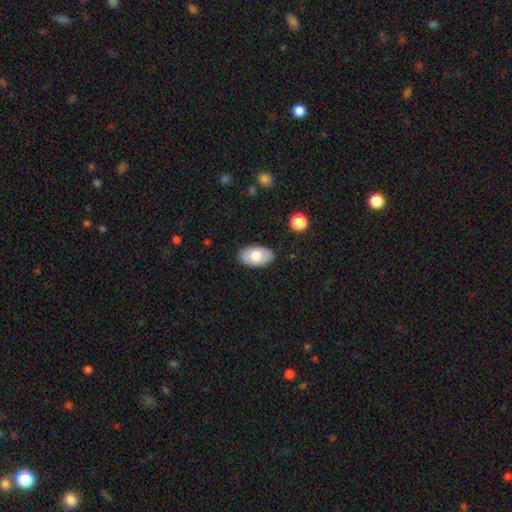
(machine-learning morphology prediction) smooth_or_featured: smooth (p=0.77) [alt: featured or disk p=0.17]
how_rounded: in between (p=0.94) [alt: round p=0.04]
merging: none (p=0.87) [alt: minor disturbance p=0.10]